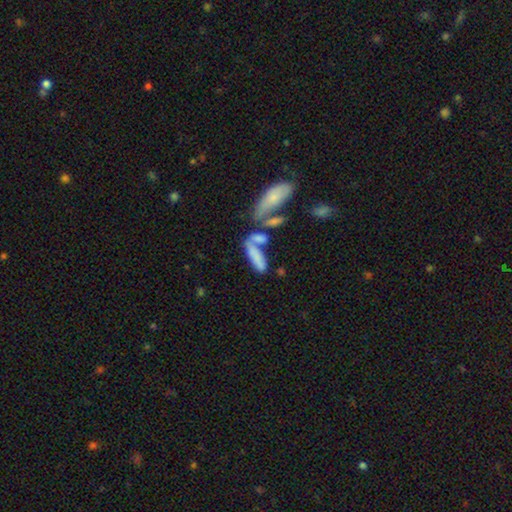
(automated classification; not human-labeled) This is likely a smooth galaxy (69%). How rounded: possibly in between (52%). Merging: possibly merger (52%).